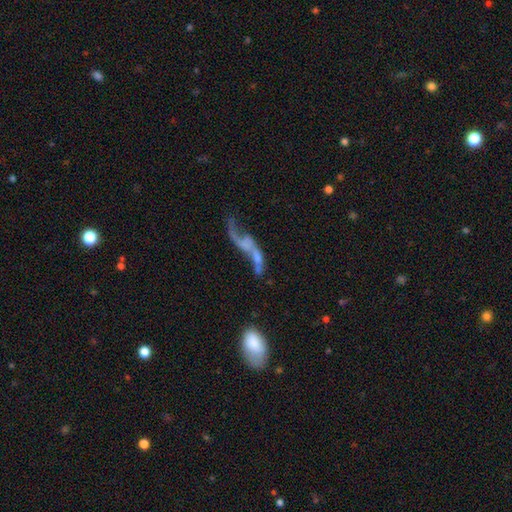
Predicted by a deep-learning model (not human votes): Overall: featured or disk (69%). Edge-on disk: no (90%). Bar: no (66%). Spiral arms: yes (62%; no 38%). Bulge size: none (58%; small 26%). Merging: major disturbance (31%; merger 30%).